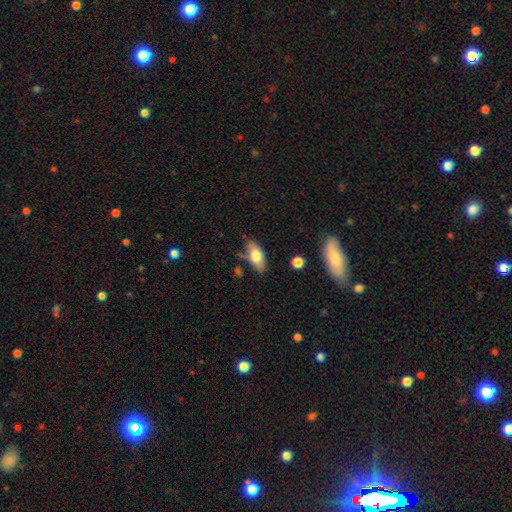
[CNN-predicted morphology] Q: Smooth or featured?
A: smooth (72%); runner-up: featured or disk (20%)
Q: How rounded?
A: in between (87%); runner-up: cigar-shaped (10%)
Q: Merging?
A: none (62%); runner-up: minor disturbance (25%)